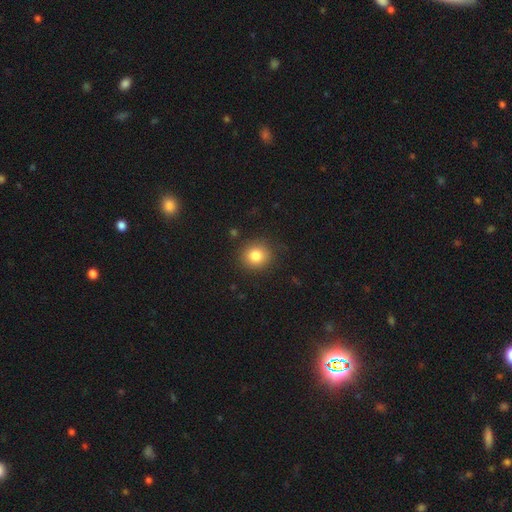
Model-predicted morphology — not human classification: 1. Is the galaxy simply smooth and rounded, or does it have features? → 82% smooth, 11% star or artifact, 7% featured or disk.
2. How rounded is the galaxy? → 87% round, 13% in between, 1% cigar-shaped.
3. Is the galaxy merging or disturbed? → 87% none, 9% minor disturbance, 3% major disturbance, 1% merger.